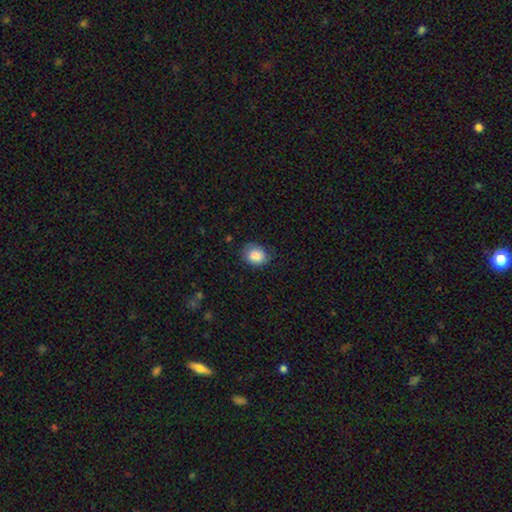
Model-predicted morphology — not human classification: The model was most divided on "how rounded": round: 53%, in between: 46%, cigar-shaped: 1%. More confident: smooth or featured — smooth (86%); merging — none (72%).